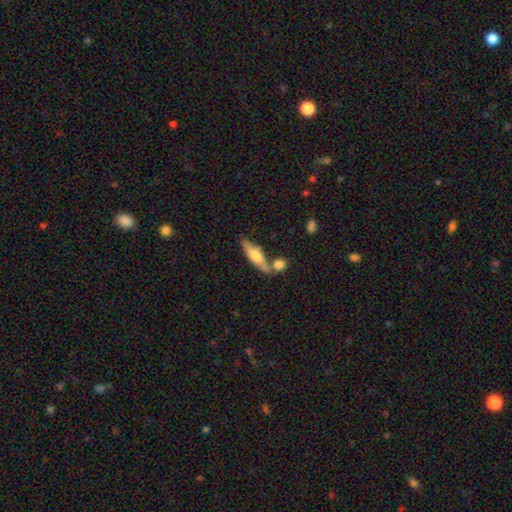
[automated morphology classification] This is possibly a smooth galaxy (57%). How rounded: likely cigar-shaped (61%). Merging: possibly none (57%).